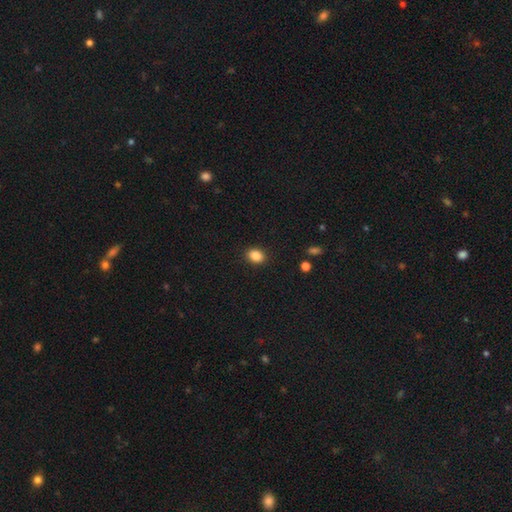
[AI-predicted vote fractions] This appears to be a smooth galaxy with no disk features (86%) that is in between round and cigar-shaped (61%). Merging: none (90%).